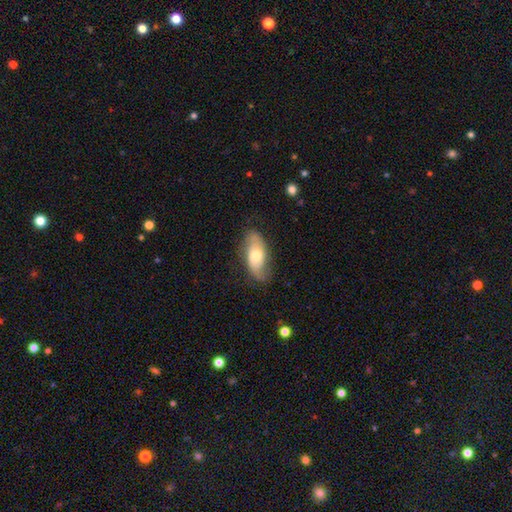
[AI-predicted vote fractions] smooth 51%, featured or disk 42%, star or artifact 6%. Down the decision tree: how rounded — in between (87%); merging — none (71%).